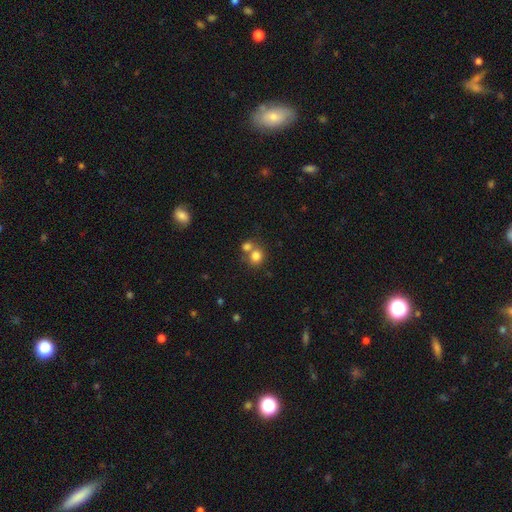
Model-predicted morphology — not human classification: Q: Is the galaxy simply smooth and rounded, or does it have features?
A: smooth — 79%.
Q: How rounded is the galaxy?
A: round — 78%.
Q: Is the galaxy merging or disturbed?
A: none — 45%.